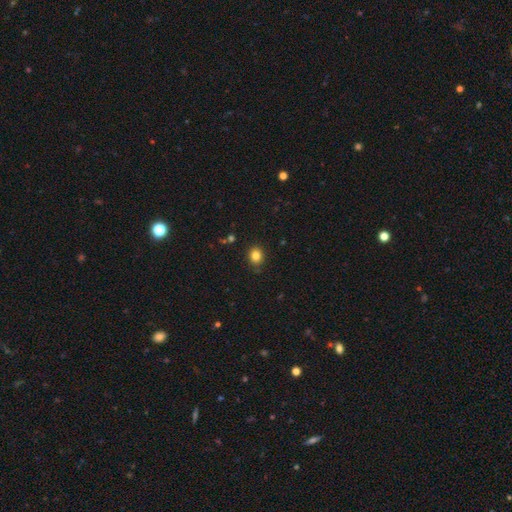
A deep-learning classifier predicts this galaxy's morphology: A smooth galaxy with no disk features (83%) that is round (69%).

Vote fractions:
- Smooth or featured? smooth: 83% / star or artifact: 12% / featured or disk: 6%
- How rounded? round: 69% / in between: 30% / cigar-shaped: 1%
- Merging? none: 87% / minor disturbance: 9% / major disturbance: 2% / merger: 2%